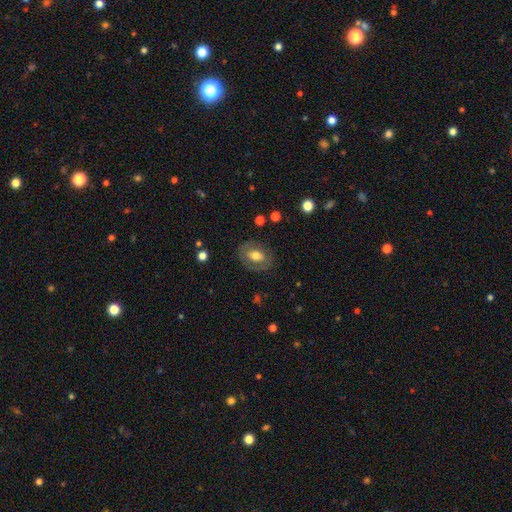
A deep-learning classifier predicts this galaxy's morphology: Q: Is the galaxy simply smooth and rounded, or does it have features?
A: smooth — 57%.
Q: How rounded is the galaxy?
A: in between — 71%.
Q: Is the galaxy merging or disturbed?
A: none — 78%.